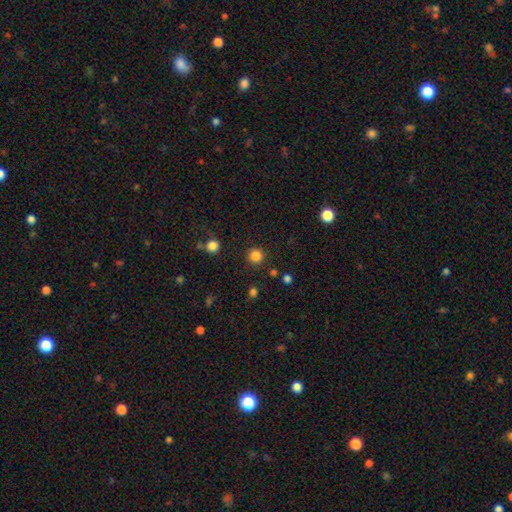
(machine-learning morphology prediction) Smooth or featured: smooth — 83% (star or artifact — 14%)
How rounded: round — 95% (in between — 4%)
Merging: none — 90% (minor disturbance — 6%)